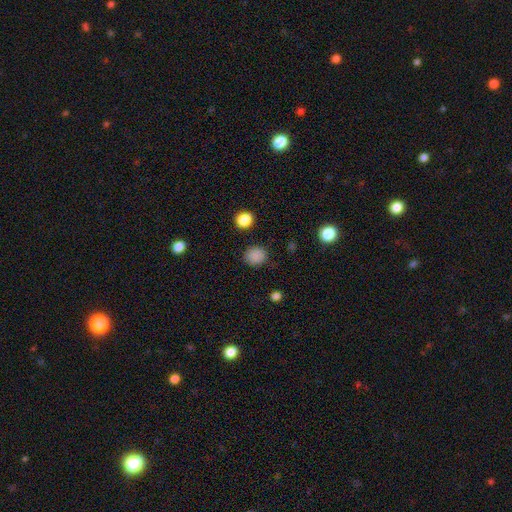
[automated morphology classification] A smooth galaxy with no disk features (86%) that is round (78%). Merging: none (87%).